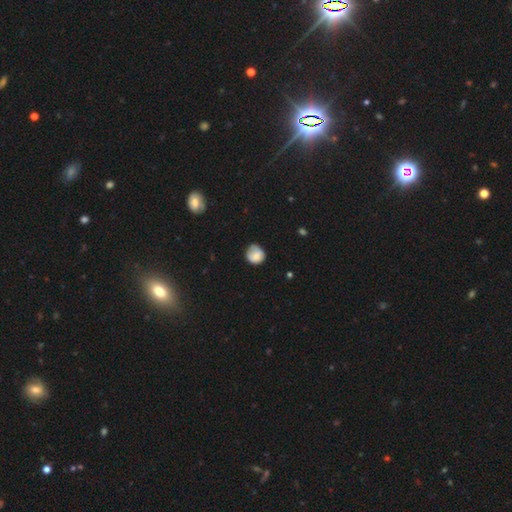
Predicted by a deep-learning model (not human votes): smooth-or-featured: smooth: 81% | featured or disk: 12% | star or artifact: 8%
  how-rounded: round: 85% | in between: 14% | cigar-shaped: 1%
  merging: none: 64% | minor disturbance: 27% | major disturbance: 7% | merger: 2%